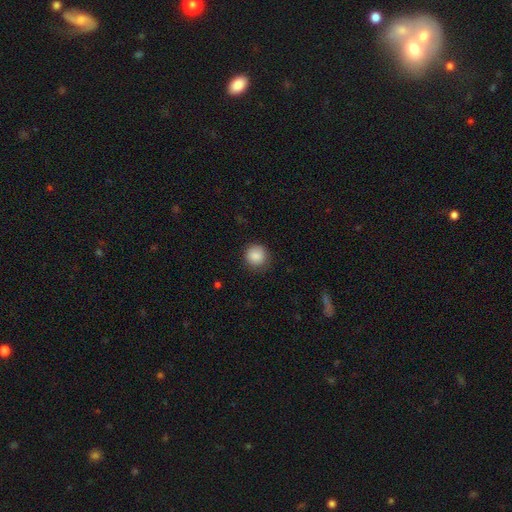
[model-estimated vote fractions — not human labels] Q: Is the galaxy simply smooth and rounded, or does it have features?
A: smooth — 88%.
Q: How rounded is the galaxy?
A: round — 93%.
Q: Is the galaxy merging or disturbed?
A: none — 85%.